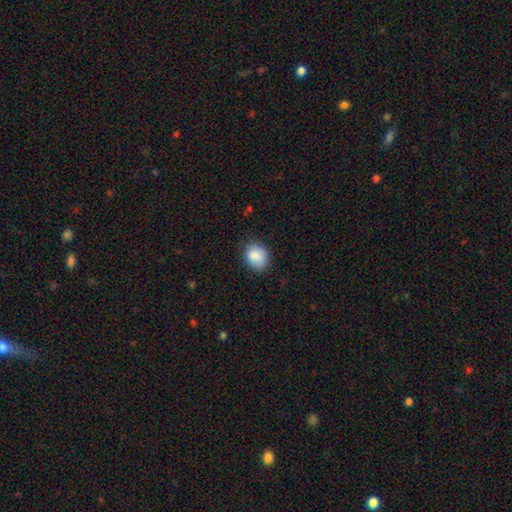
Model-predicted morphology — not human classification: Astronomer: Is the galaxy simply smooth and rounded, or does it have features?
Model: smooth — 87%.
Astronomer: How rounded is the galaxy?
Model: in between — 50% (runner-up: round, 49%).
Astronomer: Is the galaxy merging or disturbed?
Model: none — 76%.